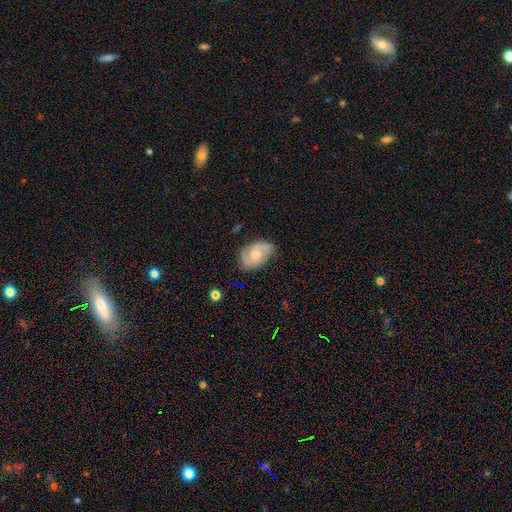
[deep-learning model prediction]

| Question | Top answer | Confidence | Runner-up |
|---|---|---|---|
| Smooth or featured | featured or disk | 77% | smooth (17%) |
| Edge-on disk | no | 97% | yes (3%) |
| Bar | no | 64% | weak (31%) |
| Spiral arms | yes | 93% | no (7%) |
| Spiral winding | medium | 46% | tight (38%) |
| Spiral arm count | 2 | 82% | can't tell (9%) |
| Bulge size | moderate | 58% | small (34%) |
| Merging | none | 73% | minor disturbance (21%) |